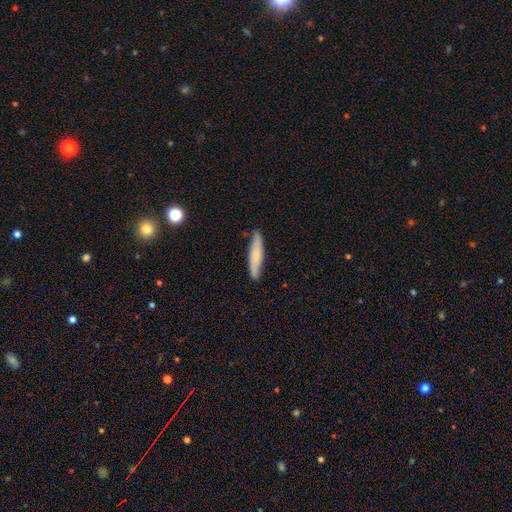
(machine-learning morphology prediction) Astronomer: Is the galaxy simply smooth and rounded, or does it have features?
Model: smooth — 69%.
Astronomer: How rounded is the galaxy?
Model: cigar-shaped — 87%.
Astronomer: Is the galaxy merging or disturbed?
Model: none — 85%.